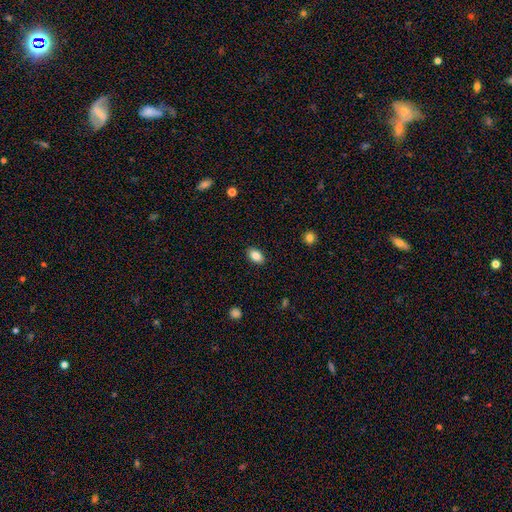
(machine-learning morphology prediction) Smooth or featured? smooth (86%)
How rounded? in between (89%)
Merging? none (89%)